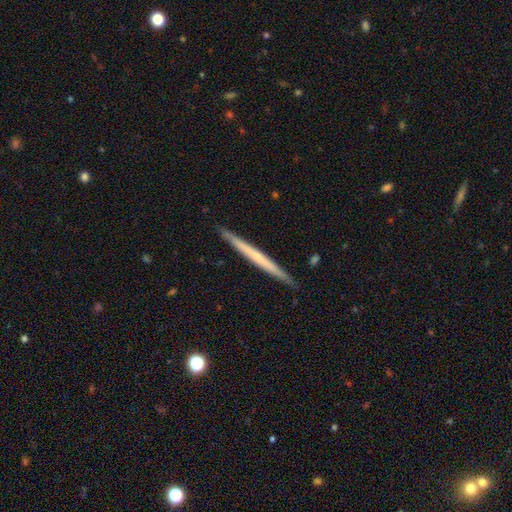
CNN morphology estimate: smooth_or_featured: featured or disk (p=0.53) [alt: smooth p=0.42]
disk_edge_on: yes (p=0.97) [alt: no p=0.03]
edge_on_bulge: none (p=0.82) [alt: rounded p=0.14]
merging: none (p=0.92) [alt: minor disturbance p=0.06]